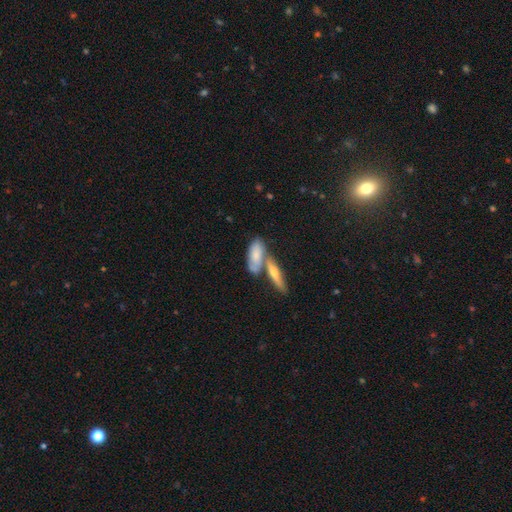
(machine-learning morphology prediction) The model was most divided on "merging": merger: 46%, none: 38%, minor disturbance: 12%, major disturbance: 4%. More confident: how rounded — in between (70%); smooth or featured — smooth (66%).